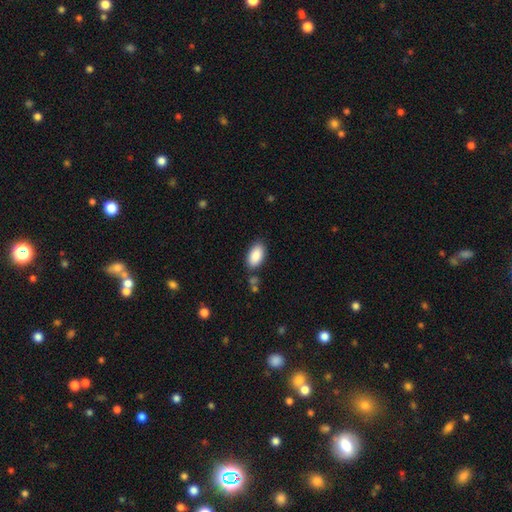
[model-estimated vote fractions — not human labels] smooth-or-featured: smooth: 89% | star or artifact: 7% | featured or disk: 5%
  how-rounded: in between: 94% | round: 3% | cigar-shaped: 3%
  merging: none: 80% | minor disturbance: 13% | merger: 4% | major disturbance: 3%